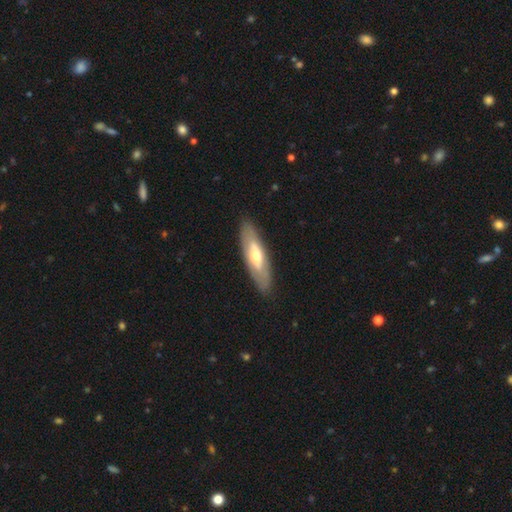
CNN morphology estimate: This appears to be a featured or disk galaxy (54%). Merging: none (86%).